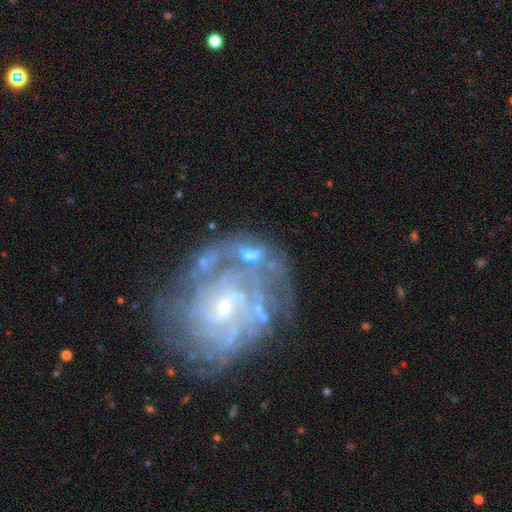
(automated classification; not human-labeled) This appears to be a featured or disk galaxy (62%) with no bar (71%), no spiral arms (59%) and no central bulge (33%). Merging: merger (38%).